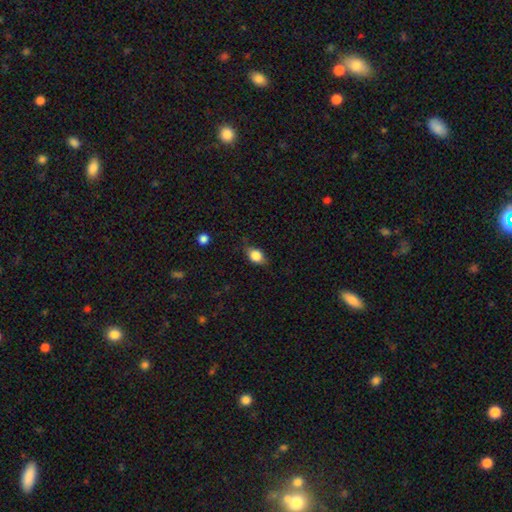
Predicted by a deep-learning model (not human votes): smooth 79%, featured or disk 12%, star or artifact 9%. Down the decision tree: how rounded — in between (67%); merging — none (71%).